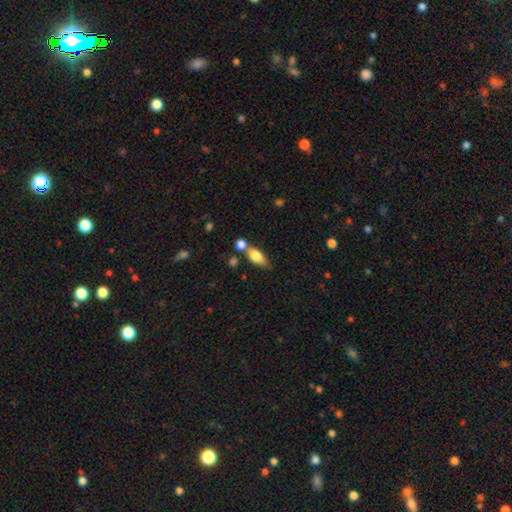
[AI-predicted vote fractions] The model was most divided on "merging": none: 49%, merger: 29%, minor disturbance: 16%, major disturbance: 6%. More confident: how rounded — in between (81%); smooth or featured — smooth (78%).